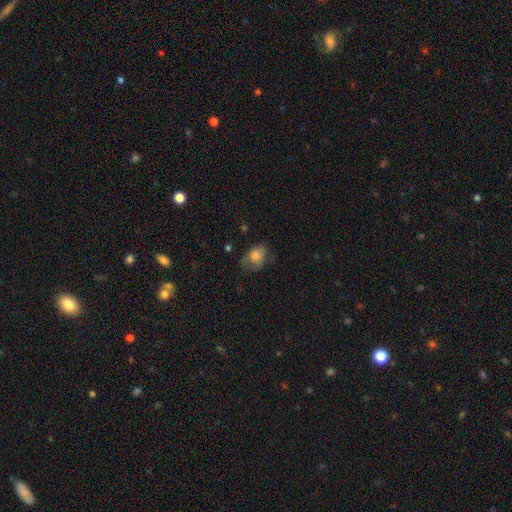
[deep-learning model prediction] Overall: smooth (71%). How rounded: in between (68%; round 30%). Merging: none (51%; minor disturbance 29%).